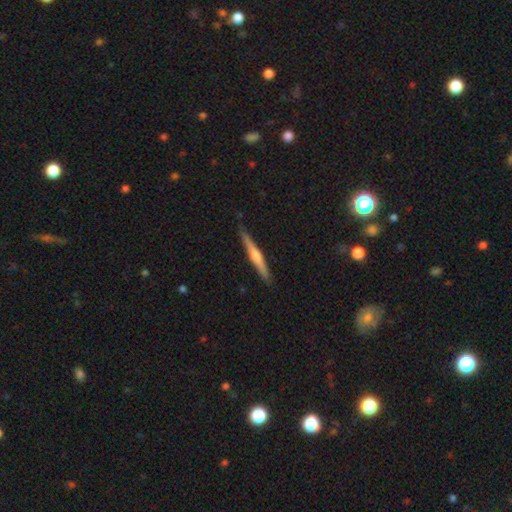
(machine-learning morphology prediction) Q: Smooth or featured?
A: featured or disk (67%); runner-up: smooth (28%)
Q: Edge-on disk?
A: yes (98%); runner-up: no (2%)
Q: Edge-on bulge?
A: rounded (81%); runner-up: none (12%)
Q: Merging?
A: none (90%); runner-up: minor disturbance (8%)